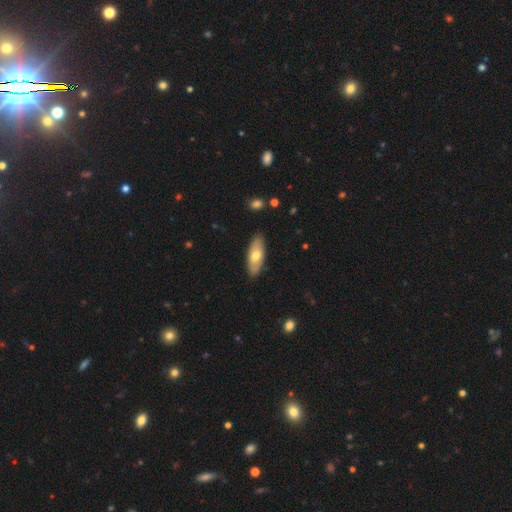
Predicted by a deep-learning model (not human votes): Smooth or featured? Predicted: smooth (p=0.63). How rounded? Predicted: in between (p=0.76). Merging? Predicted: none (p=0.86).